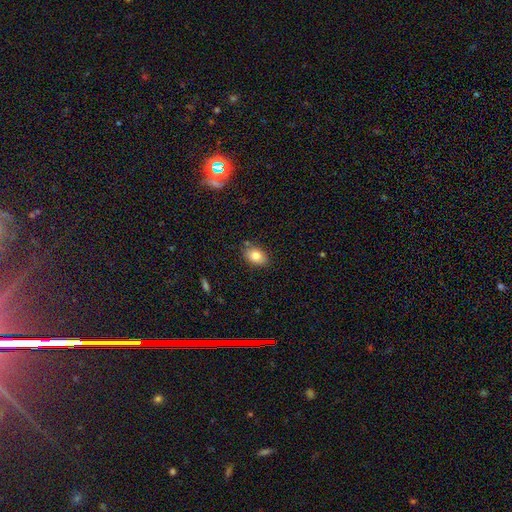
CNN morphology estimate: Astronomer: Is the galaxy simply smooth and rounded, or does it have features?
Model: smooth — 81%.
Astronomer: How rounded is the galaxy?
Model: in between — 81%.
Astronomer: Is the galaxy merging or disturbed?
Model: none — 82%.